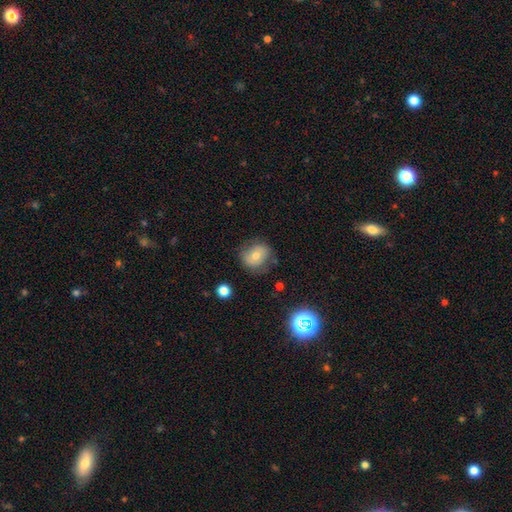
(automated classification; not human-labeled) The model was most divided on "smooth or featured": smooth: 52%, featured or disk: 34%, star or artifact: 14%. More confident: merging — none (73%); how rounded — round (71%).